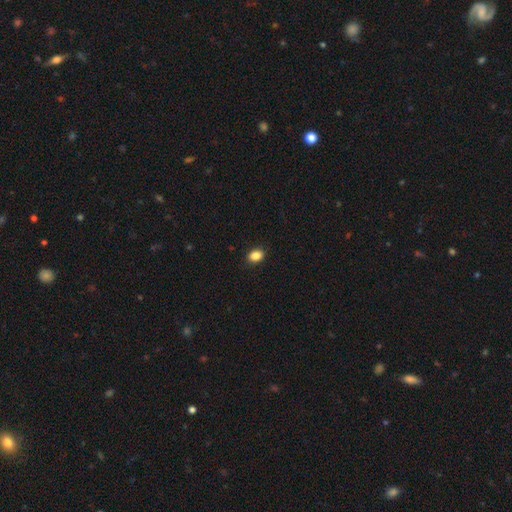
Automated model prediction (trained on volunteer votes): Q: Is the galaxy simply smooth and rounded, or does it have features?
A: smooth — 87%.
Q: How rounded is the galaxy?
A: in between — 78%.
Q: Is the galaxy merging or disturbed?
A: none — 90%.